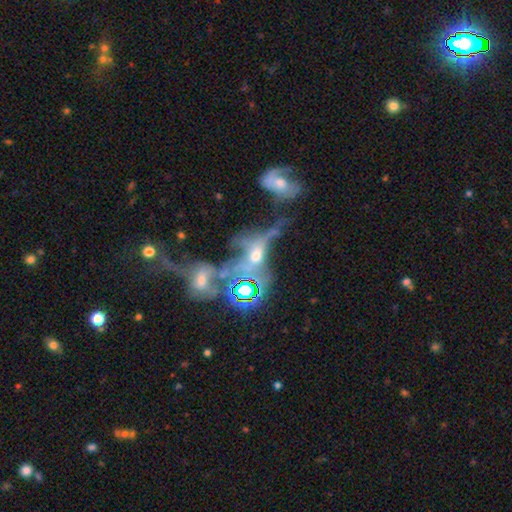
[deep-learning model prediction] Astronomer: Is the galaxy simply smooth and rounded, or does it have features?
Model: featured or disk — 46% (runner-up: star or artifact, 29%).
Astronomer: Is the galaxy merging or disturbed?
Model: merger — 59%.